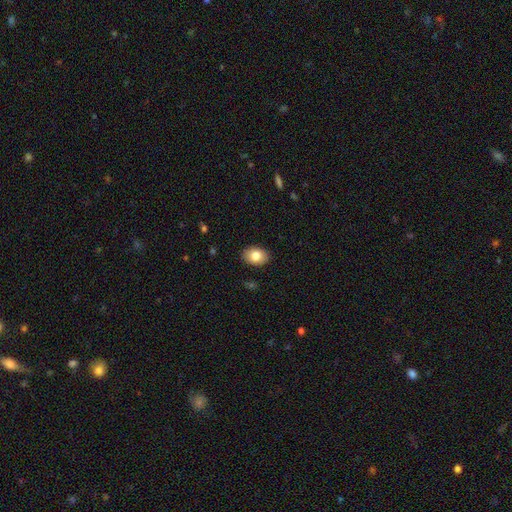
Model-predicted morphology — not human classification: A smooth galaxy with no disk features (83%) that is in between round and cigar-shaped (79%). Merging: none (88%).